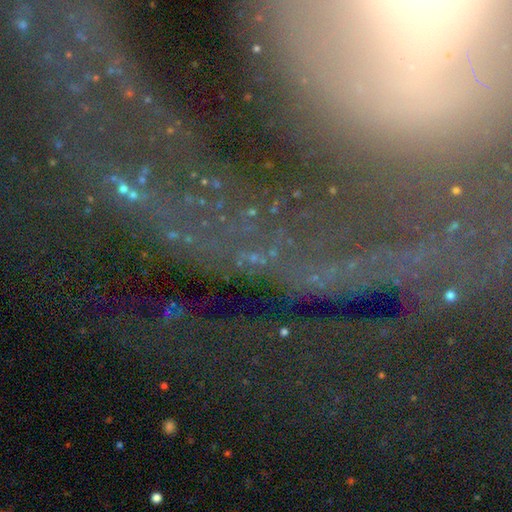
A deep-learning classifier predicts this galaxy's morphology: The model was most divided on "smooth or featured": star or artifact: 69%, featured or disk: 20%, smooth: 11%.